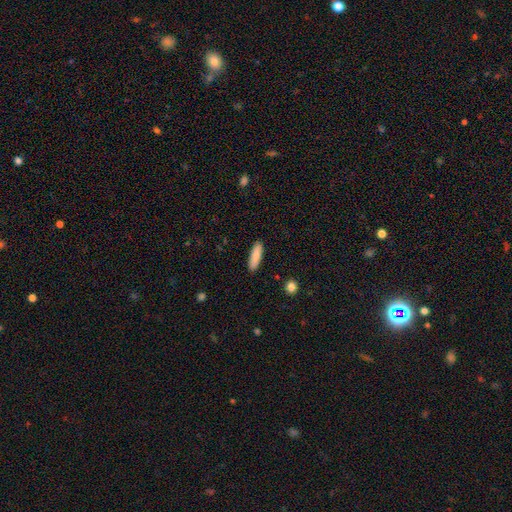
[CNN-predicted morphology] This appears to be a smooth galaxy with no disk features (88%) that is cigar-shaped (64%). Merging: none (90%).